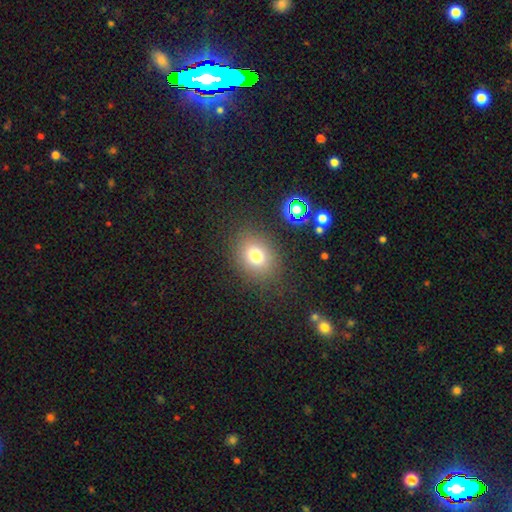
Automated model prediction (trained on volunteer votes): Q: Smooth or featured?
A: smooth (75%); runner-up: star or artifact (15%)
Q: How rounded?
A: in between (52%); runner-up: round (47%)
Q: Merging?
A: none (82%); runner-up: minor disturbance (10%)